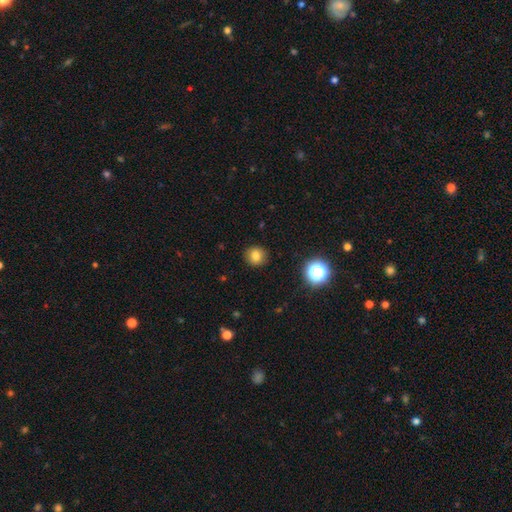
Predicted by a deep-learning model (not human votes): A smooth galaxy with no disk features (79%) that is round (87%). Merging: none (90%).